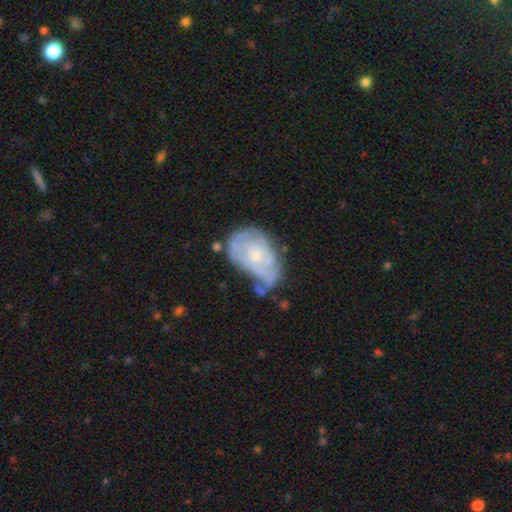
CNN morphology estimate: Smooth or featured: featured or disk — 66% (smooth — 27%)
Edge-on disk: no — 96% (yes — 4%)
Bar: no — 82% (weak — 15%)
Spiral arms: yes — 59% (no — 41%)
Bulge size: small — 66% (moderate — 31%)
Merging: none — 36% (minor disturbance — 33%)